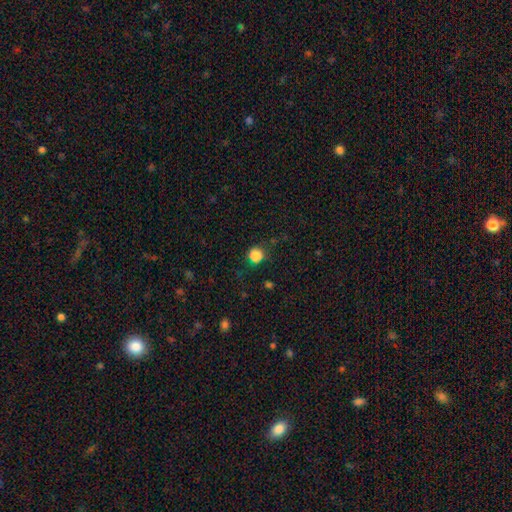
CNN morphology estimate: Smooth or featured?
  - smooth: 84% *
  - star or artifact: 12%
  - featured or disk: 4%
How rounded?
  - round: 89% *
  - in between: 10%
  - cigar-shaped: 1%
Merging?
  - none: 77% *
  - minor disturbance: 16%
  - major disturbance: 5%
  - merger: 3%